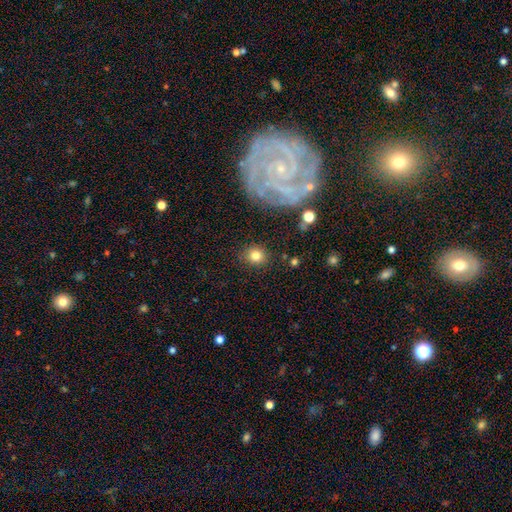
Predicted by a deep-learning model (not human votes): Smooth or featured? smooth (80%)
How rounded? round (82%)
Merging? none (87%)